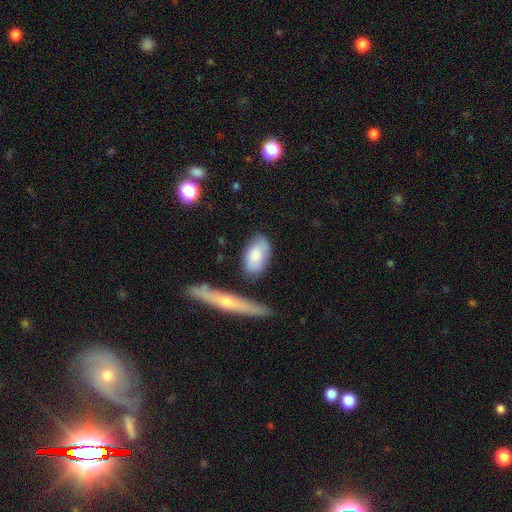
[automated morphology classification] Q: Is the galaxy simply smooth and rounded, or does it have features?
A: smooth — 76%.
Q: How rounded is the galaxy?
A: in between — 91%.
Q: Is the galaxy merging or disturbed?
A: none — 69%.